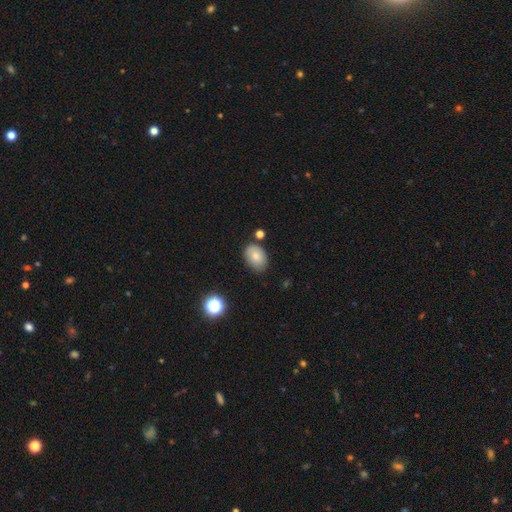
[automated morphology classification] smooth 81%, featured or disk 10%, star or artifact 9%. Down the decision tree: how rounded — in between (80%); merging — none (75%).